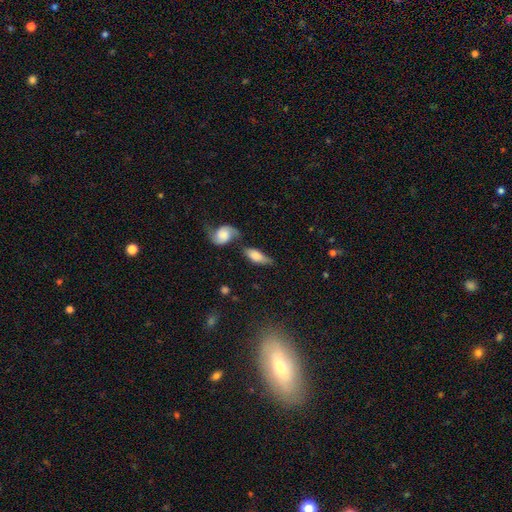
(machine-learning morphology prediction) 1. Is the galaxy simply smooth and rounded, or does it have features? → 59% smooth, 32% featured or disk, 8% star or artifact.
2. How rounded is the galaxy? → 75% in between, 21% cigar-shaped, 5% round.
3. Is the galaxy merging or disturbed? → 42% none, 25% minor disturbance, 21% merger, 12% major disturbance.